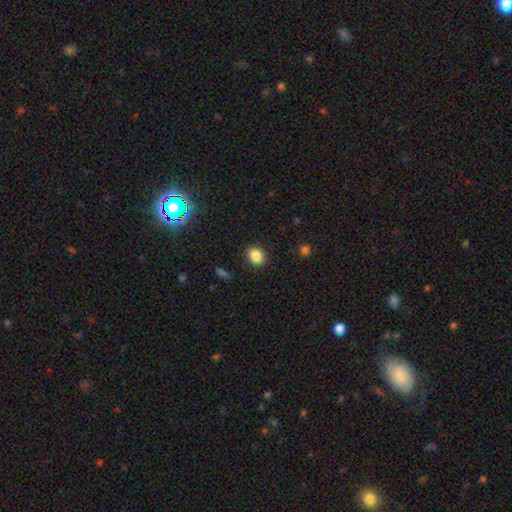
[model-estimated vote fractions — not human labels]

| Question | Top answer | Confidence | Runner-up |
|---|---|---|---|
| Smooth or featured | smooth | 86% | star or artifact (10%) |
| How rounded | in between | 54% | round (45%) |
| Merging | none | 89% | minor disturbance (8%) |